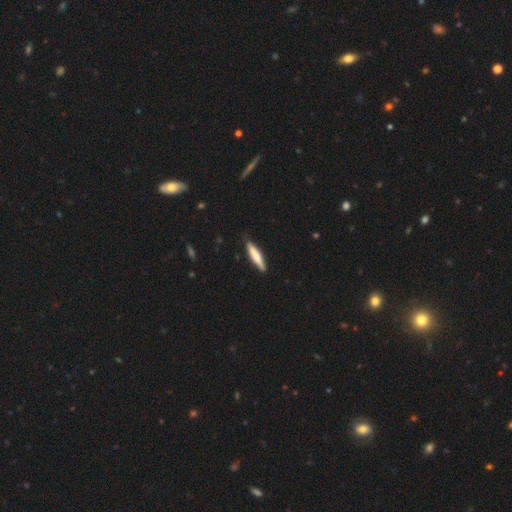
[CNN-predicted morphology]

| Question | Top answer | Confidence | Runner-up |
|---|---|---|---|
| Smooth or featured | smooth | 71% | featured or disk (24%) |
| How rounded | cigar-shaped | 86% | in between (12%) |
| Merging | none | 85% | minor disturbance (12%) |